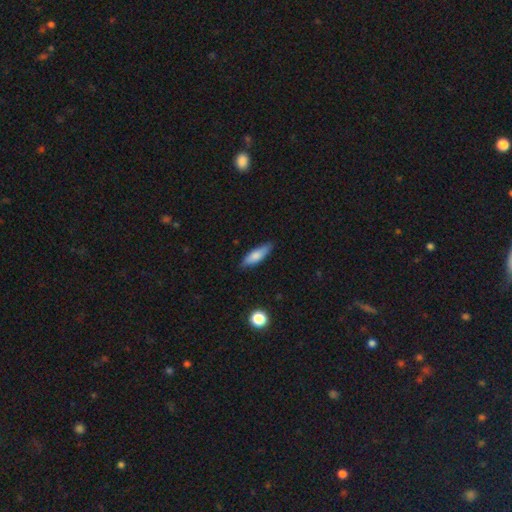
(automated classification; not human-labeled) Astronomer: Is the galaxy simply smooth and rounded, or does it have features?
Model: smooth — 75%.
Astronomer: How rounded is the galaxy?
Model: cigar-shaped — 56% (runner-up: in between, 42%).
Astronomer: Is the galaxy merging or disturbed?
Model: none — 83%.